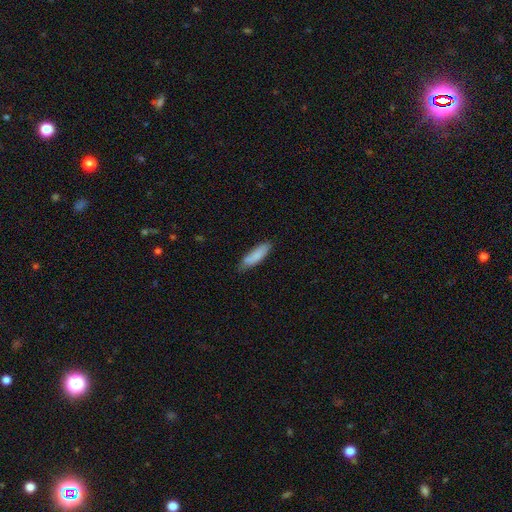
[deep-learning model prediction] Smooth or featured?
  - smooth: 83% *
  - featured or disk: 10%
  - star or artifact: 6%
How rounded?
  - cigar-shaped: 57% *
  - in between: 41%
  - round: 1%
Merging?
  - none: 73% *
  - minor disturbance: 21%
  - major disturbance: 3%
  - merger: 2%